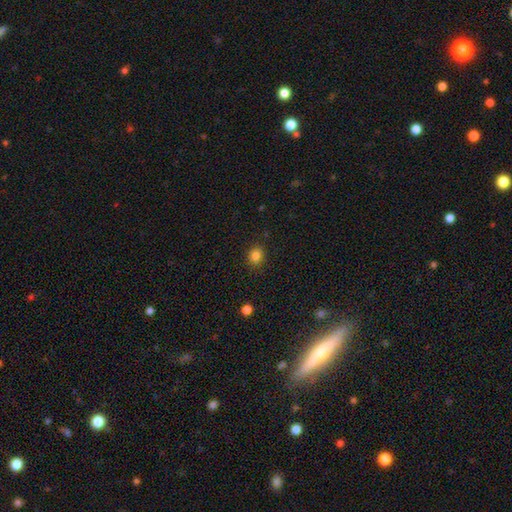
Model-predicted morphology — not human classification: Overall: smooth (82%). How rounded: round (71%). Merging: none (88%).